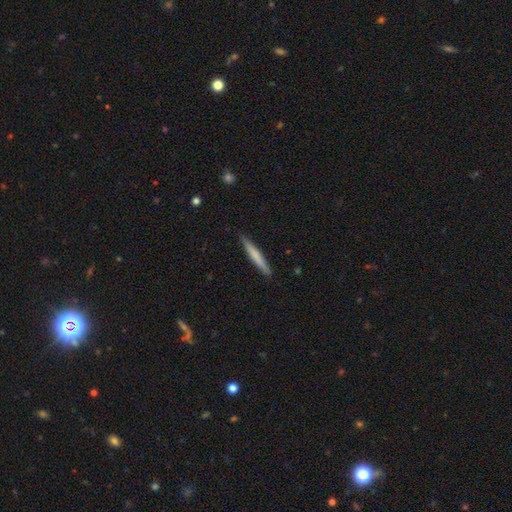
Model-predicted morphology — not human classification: Smooth or featured? smooth (64%)
How rounded? cigar-shaped (96%)
Merging? none (90%)